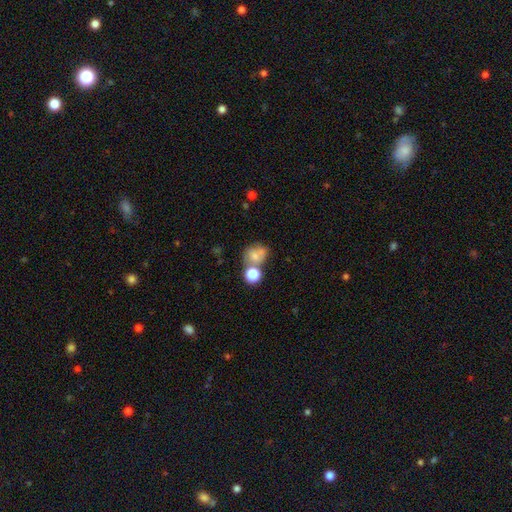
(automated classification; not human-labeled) Smooth or featured? Predicted: smooth (p=0.68). How rounded? Predicted: round (p=0.68). Merging? Predicted: none (p=0.40).